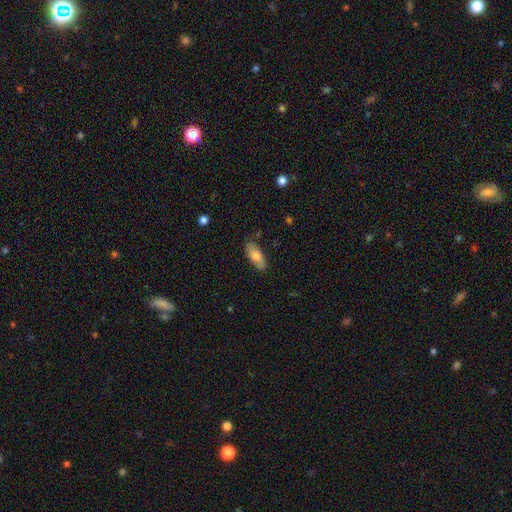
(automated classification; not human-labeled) A smooth galaxy with no disk features (68%) that is in between round and cigar-shaped (81%).

Vote fractions:
- Smooth or featured? smooth: 68% / featured or disk: 25% / star or artifact: 6%
- How rounded? in between: 81% / cigar-shaped: 16% / round: 3%
- Merging? none: 79% / minor disturbance: 16% / major disturbance: 3% / merger: 2%